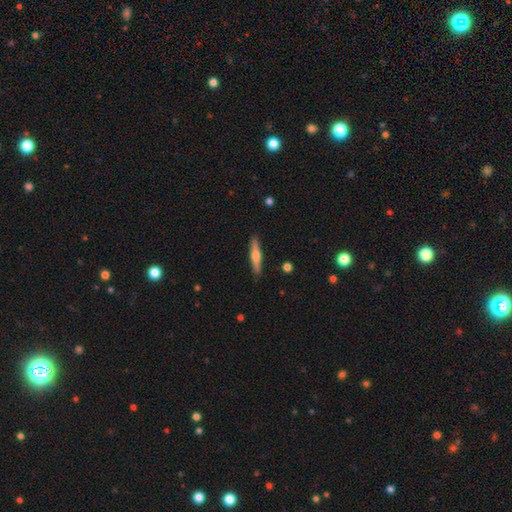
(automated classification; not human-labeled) smooth-or-featured: featured or disk: 47% (tied) | smooth: 47% (tied) | star or artifact: 6%
  merging: none: 90% | minor disturbance: 7% | major disturbance: 2% | merger: 1%